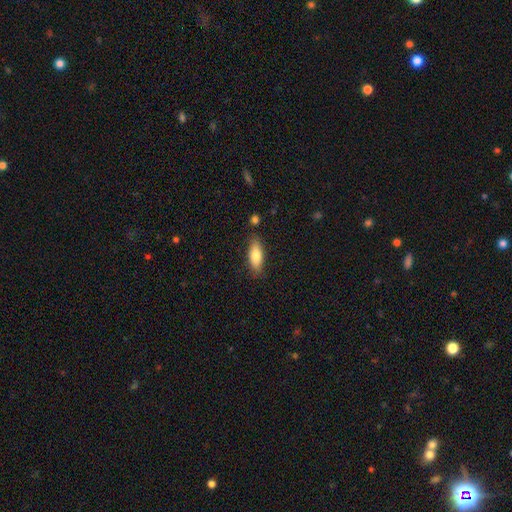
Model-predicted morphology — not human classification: Smooth or featured? Predicted: smooth (p=0.80). How rounded? Predicted: in between (p=0.70). Merging? Predicted: none (p=0.82).